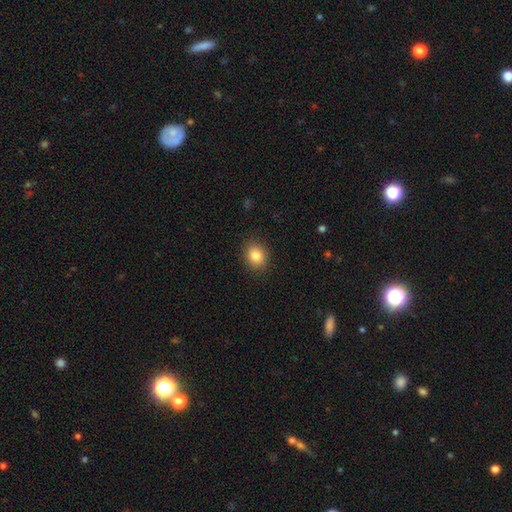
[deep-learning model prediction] Q: Smooth or featured?
A: smooth (84%); runner-up: star or artifact (10%)
Q: How rounded?
A: round (56%); runner-up: in between (44%)
Q: Merging?
A: none (88%); runner-up: minor disturbance (8%)